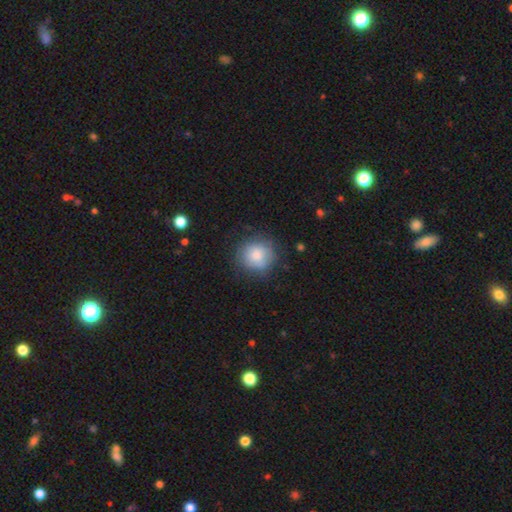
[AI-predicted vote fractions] Smooth or featured? Predicted: smooth (p=0.76). How rounded? Predicted: round (p=0.90). Merging? Predicted: none (p=0.75).